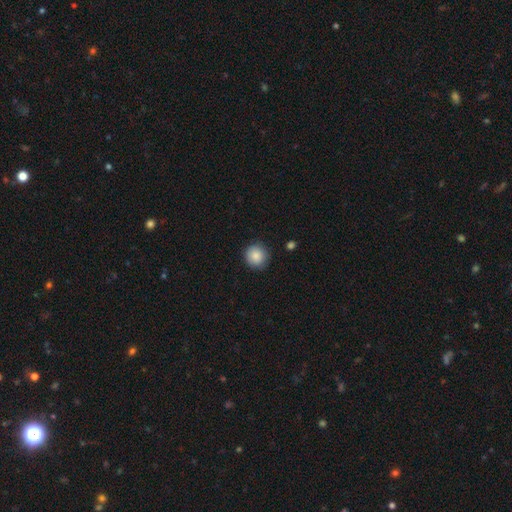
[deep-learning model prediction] smooth-or-featured: smooth: 88% | star or artifact: 8% | featured or disk: 4%
  how-rounded: round: 93% | in between: 6% | cigar-shaped: 1%
  merging: none: 89% | minor disturbance: 8% | major disturbance: 2% | merger: 1%